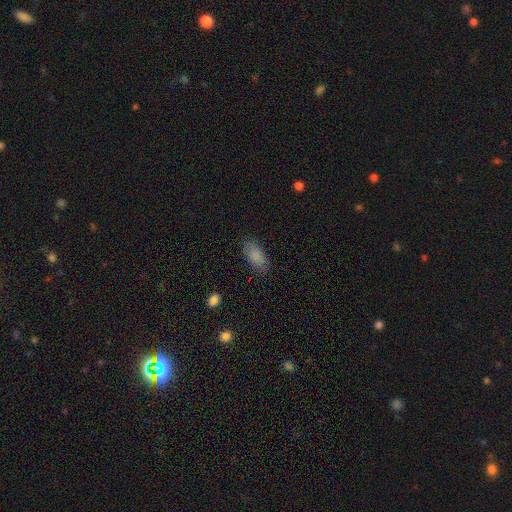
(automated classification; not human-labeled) smooth_or_featured: smooth (p=0.86) [alt: star or artifact p=0.08]
how_rounded: in between (p=0.89) [alt: cigar-shaped p=0.08]
merging: none (p=0.83) [alt: minor disturbance p=0.12]